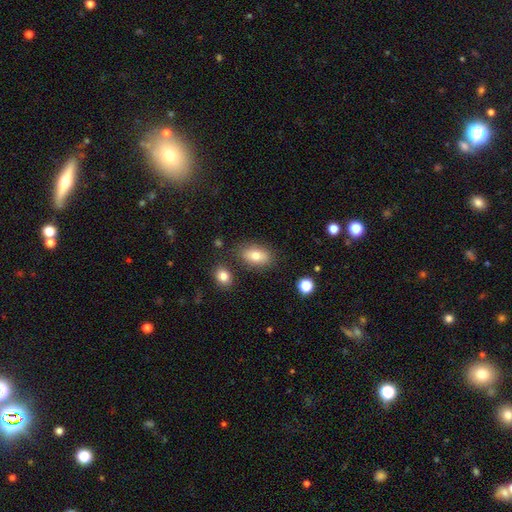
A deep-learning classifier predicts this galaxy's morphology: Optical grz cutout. It shows a smooth galaxy with no disk features (77%) that is in between round and cigar-shaped (88%). Merging: none (79%).